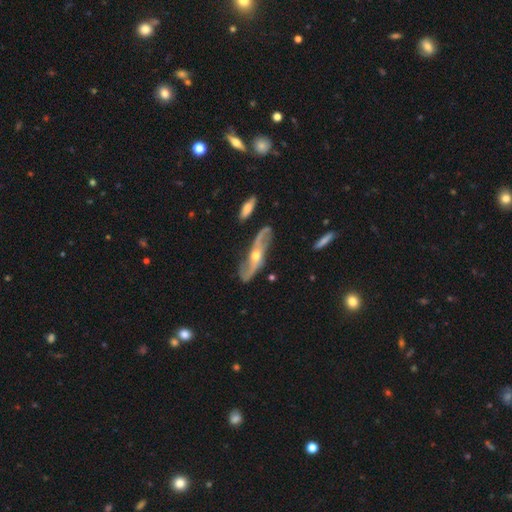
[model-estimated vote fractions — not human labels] Smooth or featured? featured or disk (86%)
Edge-on disk? no (77%)
Bar? no (51%)
Spiral arms? yes (94%)
Spiral winding? loose (57%)
Spiral arm count? 2 (87%)
Bulge size? moderate (60%)
Merging? none (75%)